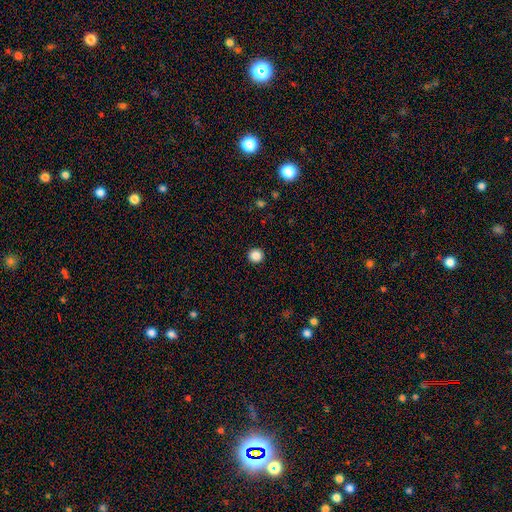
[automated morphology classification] type=smooth (87%); roundness=round (96%); merging=none (94%).